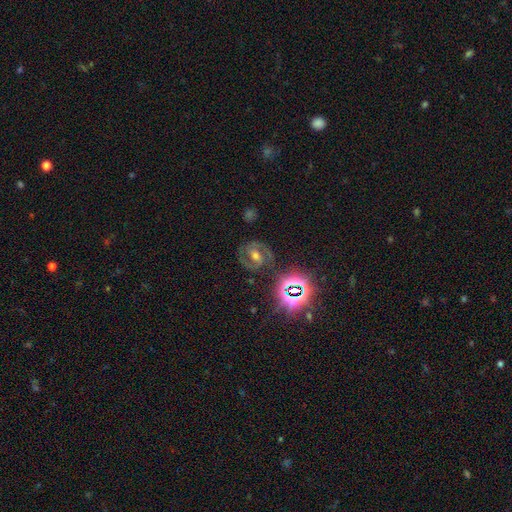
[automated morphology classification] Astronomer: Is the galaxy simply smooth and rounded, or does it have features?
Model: featured or disk — 68%.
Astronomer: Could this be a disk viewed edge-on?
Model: no — 97%.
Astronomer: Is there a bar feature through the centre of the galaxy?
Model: weak — 39% (runner-up: strong, 35%).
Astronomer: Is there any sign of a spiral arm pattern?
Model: yes — 90%.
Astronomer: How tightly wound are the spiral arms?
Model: medium — 52% (runner-up: tight, 38%).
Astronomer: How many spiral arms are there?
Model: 2 — 89%.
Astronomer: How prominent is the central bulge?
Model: moderate — 64%.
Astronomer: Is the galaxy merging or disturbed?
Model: none — 79%.